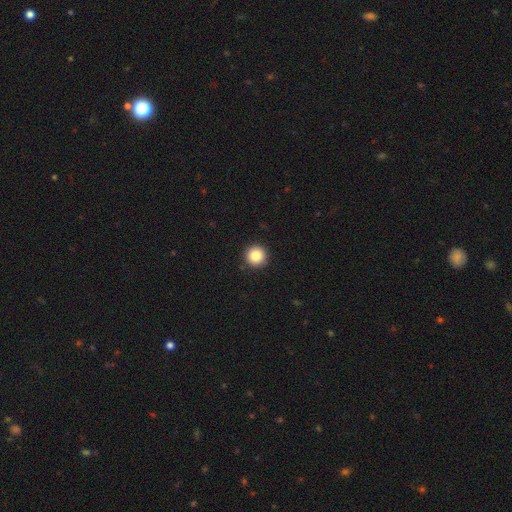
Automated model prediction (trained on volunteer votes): A smooth galaxy with no disk features (86%) that is round (96%). Merging: none (93%).